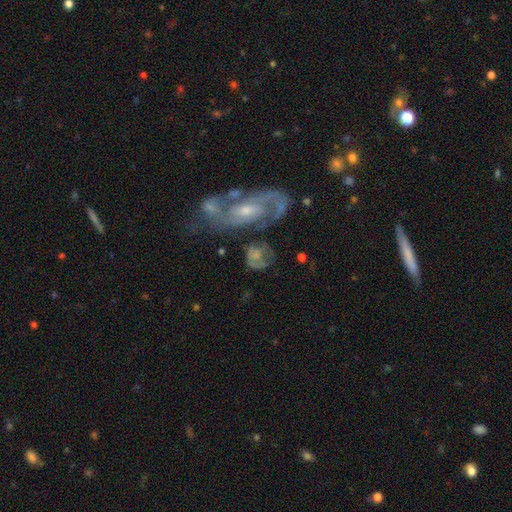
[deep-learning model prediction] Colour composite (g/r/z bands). It shows a featured or disk galaxy (54%) with no bar (67%), spiral arms (74%) and a moderate central bulge (39%). Merging: none (44%).